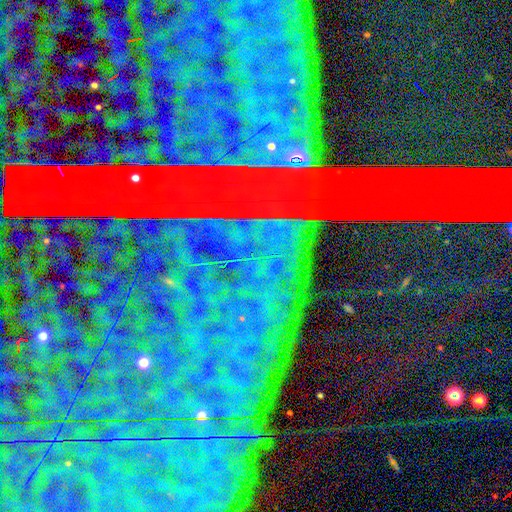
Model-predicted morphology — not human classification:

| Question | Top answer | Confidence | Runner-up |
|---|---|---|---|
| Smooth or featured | star or artifact | 86% | featured or disk (8%) |